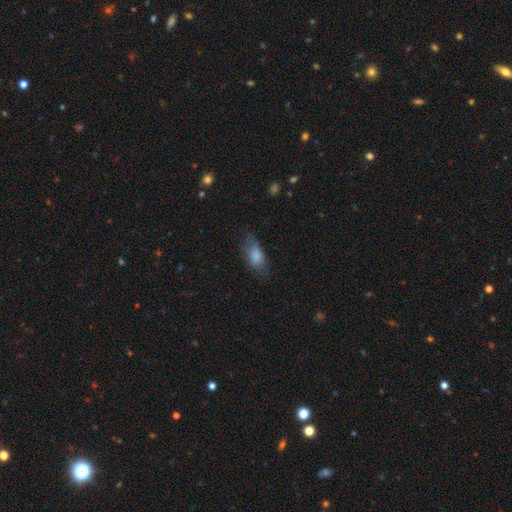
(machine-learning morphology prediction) Smooth or featured?
  - smooth: 77% *
  - featured or disk: 15%
  - star or artifact: 8%
How rounded?
  - in between: 82% *
  - cigar-shaped: 14%
  - round: 4%
Merging?
  - none: 61% *
  - minor disturbance: 26%
  - major disturbance: 12%
  - merger: 2%